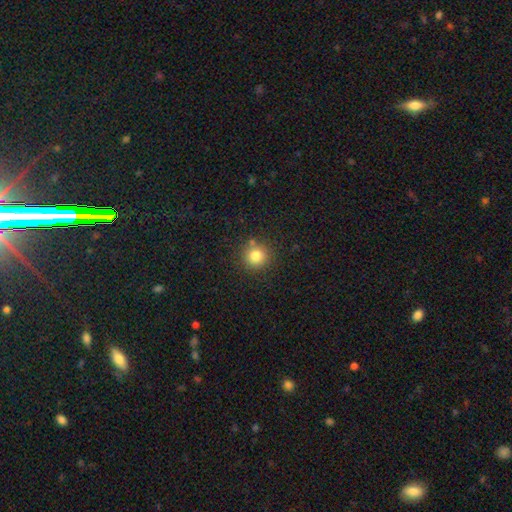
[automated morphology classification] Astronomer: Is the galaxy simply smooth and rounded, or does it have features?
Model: smooth — 81%.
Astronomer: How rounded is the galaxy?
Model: round — 94%.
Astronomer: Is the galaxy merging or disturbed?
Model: none — 83%.